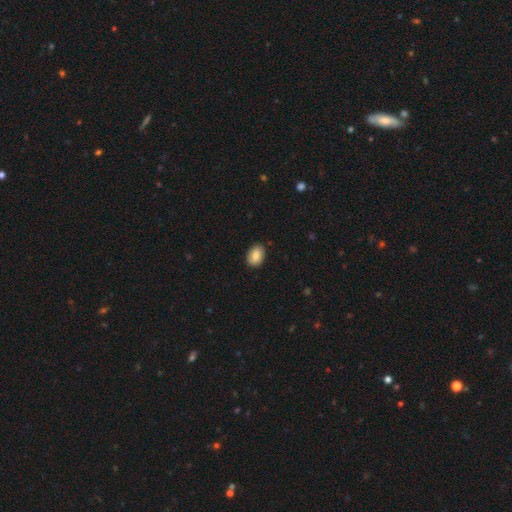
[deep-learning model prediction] smooth 85%, featured or disk 8%, star or artifact 7%. Down the decision tree: how rounded — in between (79%); merging — none (88%).